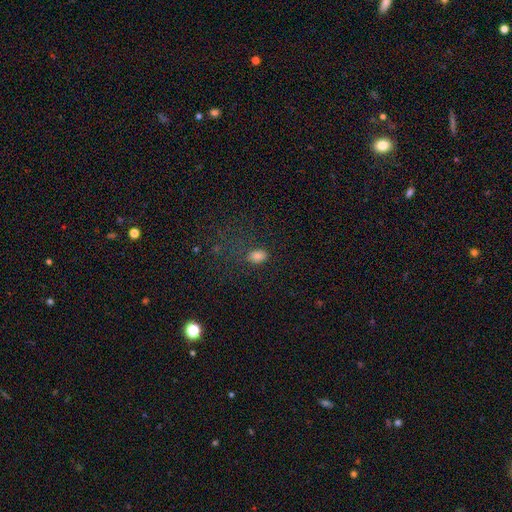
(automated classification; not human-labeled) Overall: smooth (71%). How rounded: in between (72%). Merging: none (63%).